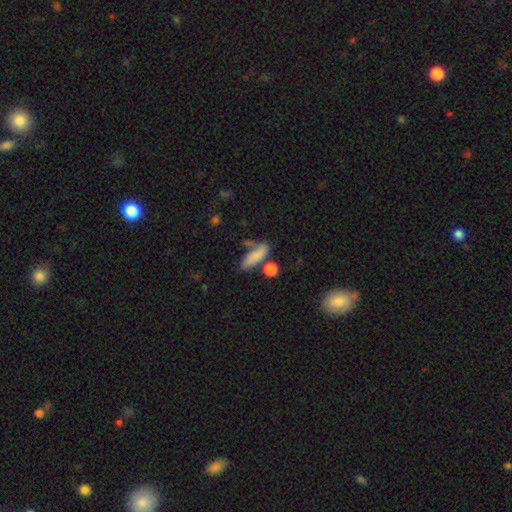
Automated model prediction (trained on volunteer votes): Morphology: type=smooth (78%); roundness=in between (52%); merging=none (54%).